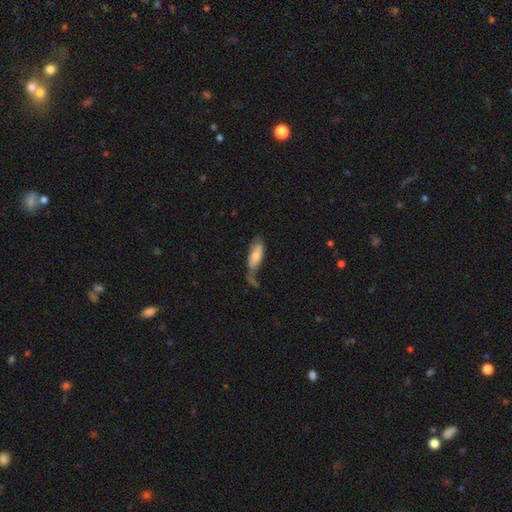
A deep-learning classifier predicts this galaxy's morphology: This is likely a smooth galaxy (67%). How rounded: likely in between (71%). Merging: marginally none (33%).